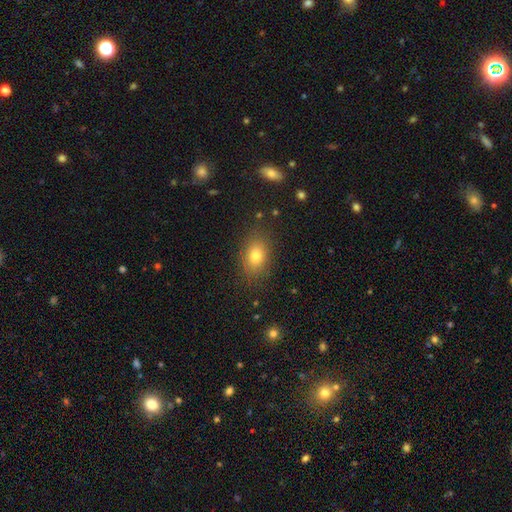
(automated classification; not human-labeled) The model was most divided on "how rounded": in between: 80%, round: 18%, cigar-shaped: 2%. More confident: merging — none (84%); smooth or featured — smooth (78%).